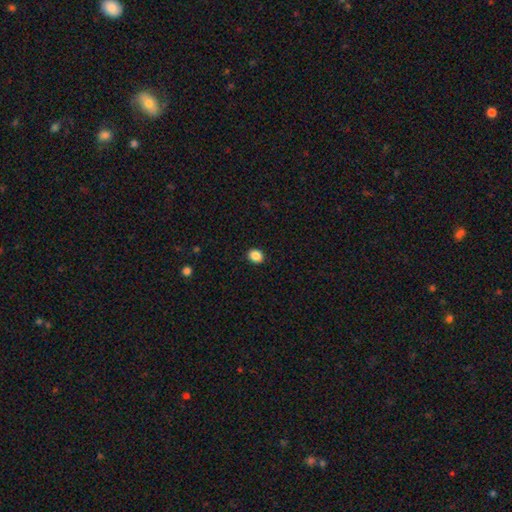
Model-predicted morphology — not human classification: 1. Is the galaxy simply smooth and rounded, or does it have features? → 88% smooth, 9% star or artifact, 3% featured or disk.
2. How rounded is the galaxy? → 56% round, 43% in between, 1% cigar-shaped.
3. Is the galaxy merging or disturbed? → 91% none, 6% minor disturbance, 2% major disturbance, 1% merger.